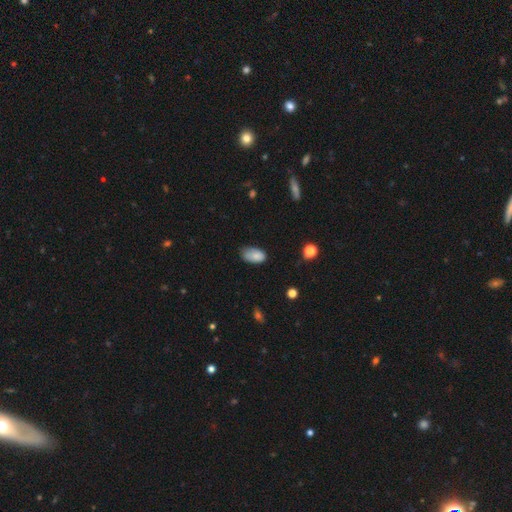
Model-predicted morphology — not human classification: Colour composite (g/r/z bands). It shows a smooth galaxy with no disk features (84%) that is in between round and cigar-shaped (93%). Merging: none (54%).